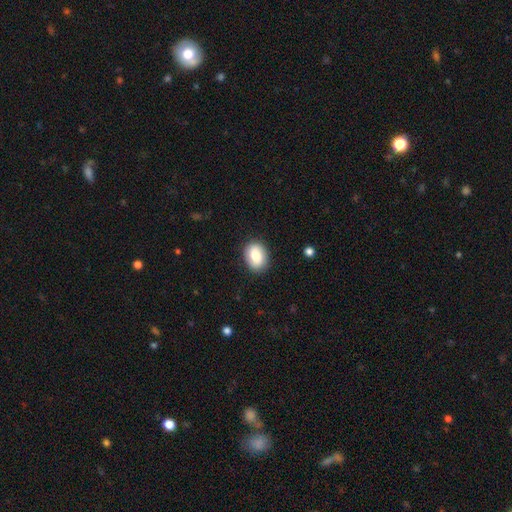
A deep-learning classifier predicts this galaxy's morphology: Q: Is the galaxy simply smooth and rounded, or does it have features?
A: smooth — 80%.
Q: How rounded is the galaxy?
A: in between — 63%.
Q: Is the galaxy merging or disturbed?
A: none — 87%.